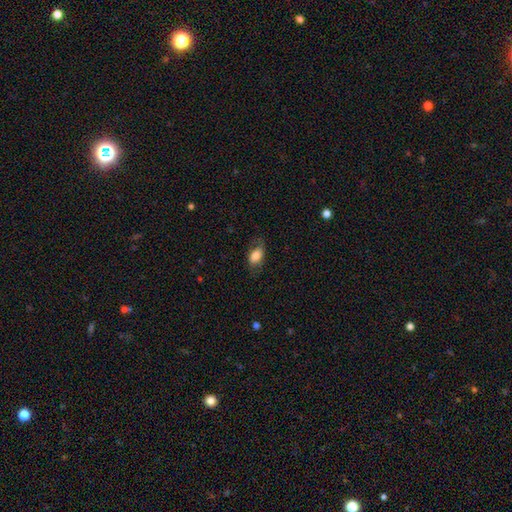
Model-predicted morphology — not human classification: Smooth or featured? smooth (76%)
How rounded? in between (89%)
Merging? none (69%)